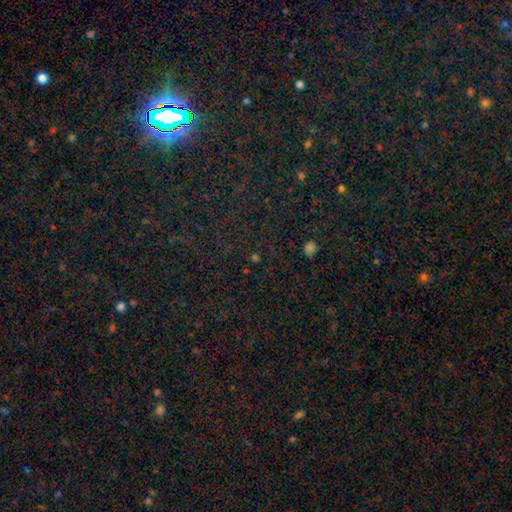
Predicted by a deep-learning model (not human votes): The model was most divided on "smooth or featured": star or artifact: 79%, smooth: 14%, featured or disk: 7%.